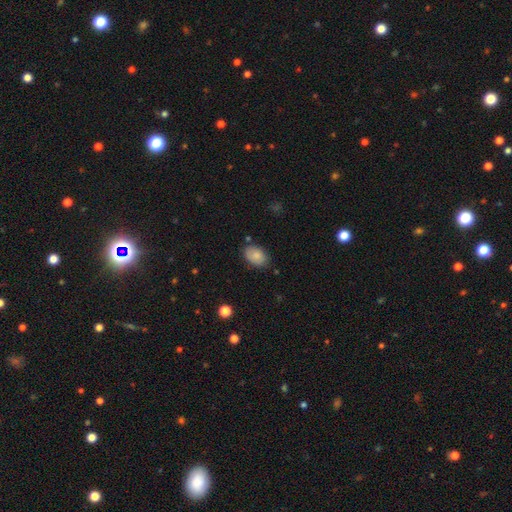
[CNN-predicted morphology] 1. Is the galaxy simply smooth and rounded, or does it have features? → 84% smooth, 9% featured or disk, 7% star or artifact.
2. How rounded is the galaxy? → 87% in between, 12% round, 1% cigar-shaped.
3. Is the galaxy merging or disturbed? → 79% none, 15% minor disturbance, 3% major disturbance, 3% merger.